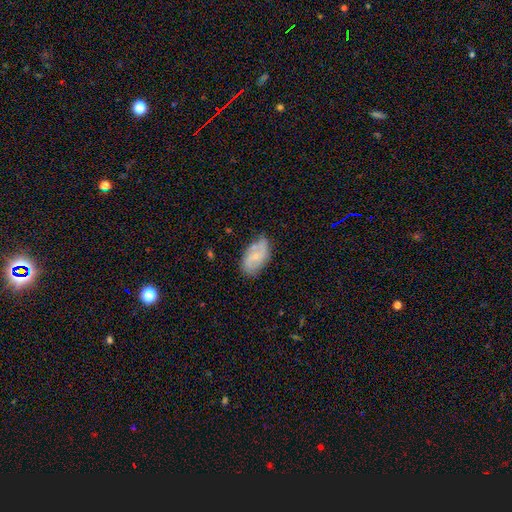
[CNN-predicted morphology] Smooth or featured? Predicted: featured or disk (p=0.51). Edge-on disk? Predicted: no (p=0.95). Merging? Predicted: none (p=0.65).